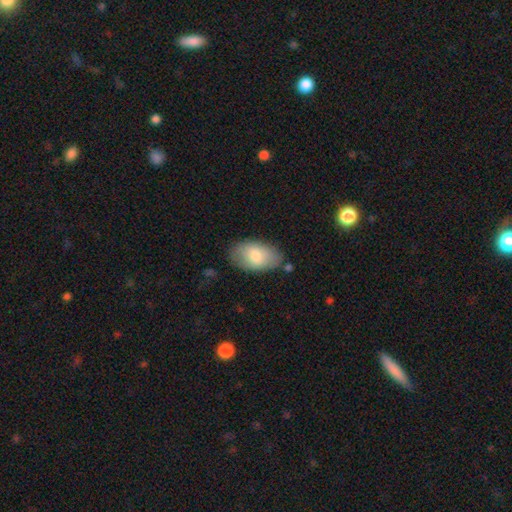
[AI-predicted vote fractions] This appears to be a smooth galaxy with no disk features (77%) that is in between round and cigar-shaped (94%). Merging: none (76%).